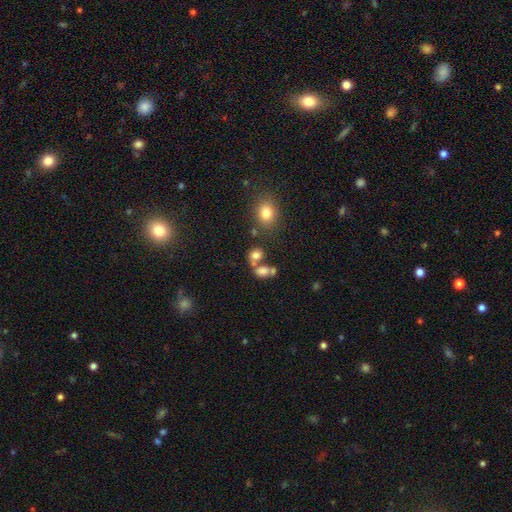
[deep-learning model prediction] Smooth or featured? smooth (75%)
How rounded? round (53%)
Merging? none (44%)